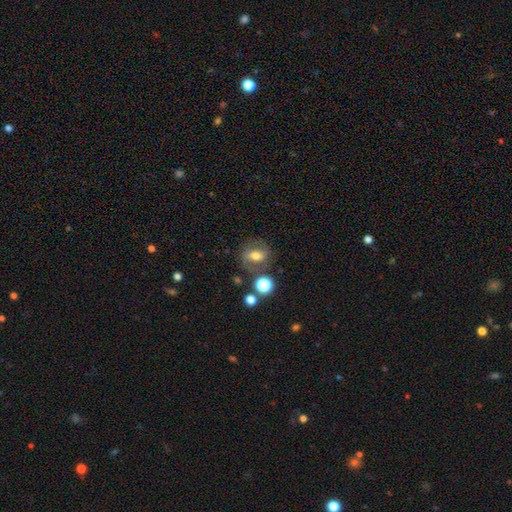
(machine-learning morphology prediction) Smooth or featured?
  - smooth: 44% * (tied)
  - featured or disk: 44% * (tied)
  - star or artifact: 12%
Merging?
  - none: 70% *
  - minor disturbance: 15%
  - major disturbance: 8%
  - merger: 7%